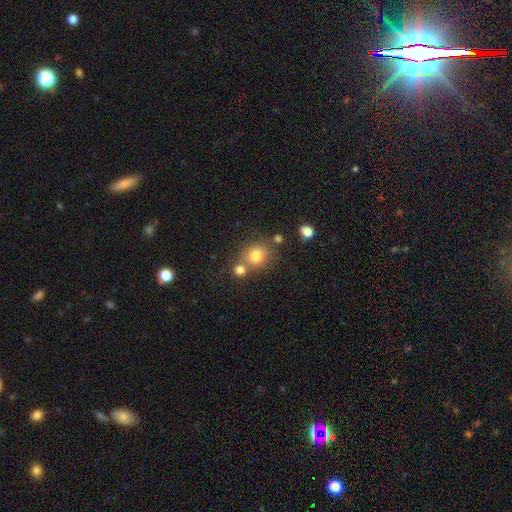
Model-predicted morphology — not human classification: Smooth or featured: smooth — 79% (star or artifact — 12%)
How rounded: round — 77% (in between — 22%)
Merging: none — 57% (merger — 28%)